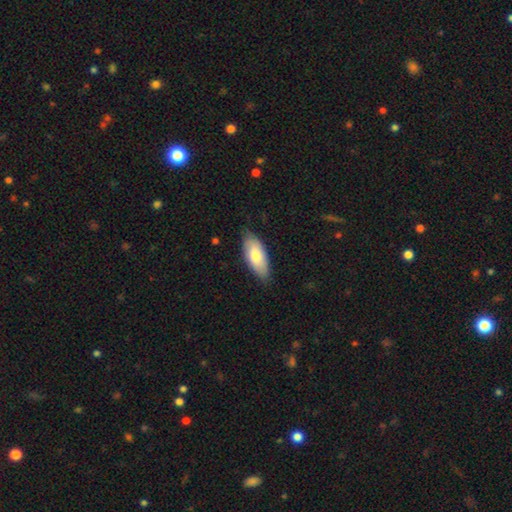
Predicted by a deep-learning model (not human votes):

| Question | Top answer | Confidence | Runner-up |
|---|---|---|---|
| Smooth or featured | smooth | 75% | featured or disk (19%) |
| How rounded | in between | 86% | cigar-shaped (12%) |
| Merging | none | 77% | minor disturbance (19%) |